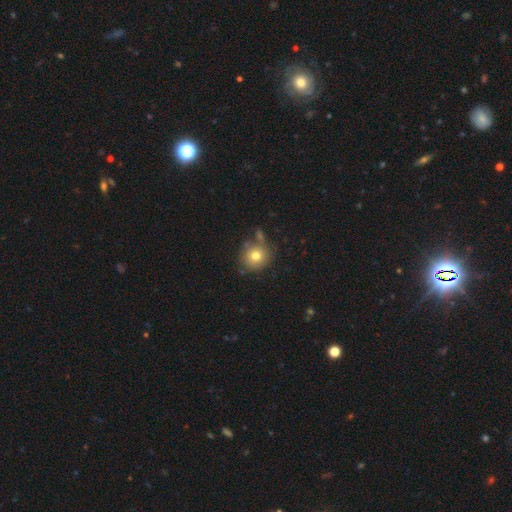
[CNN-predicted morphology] The model was most divided on "merging": none: 73%, minor disturbance: 13%, merger: 10%, major disturbance: 4%. More confident: how rounded — round (90%); smooth or featured — smooth (76%).